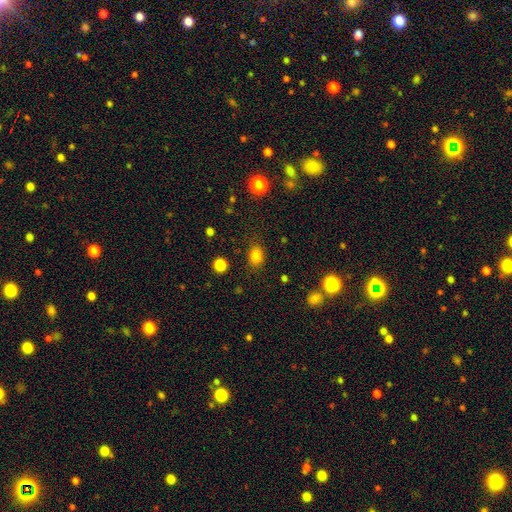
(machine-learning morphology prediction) Smooth or featured?
  - smooth: 81% *
  - star or artifact: 13%
  - featured or disk: 6%
How rounded?
  - in between: 62% *
  - round: 36%
  - cigar-shaped: 1%
Merging?
  - none: 82% *
  - minor disturbance: 12%
  - major disturbance: 4%
  - merger: 2%